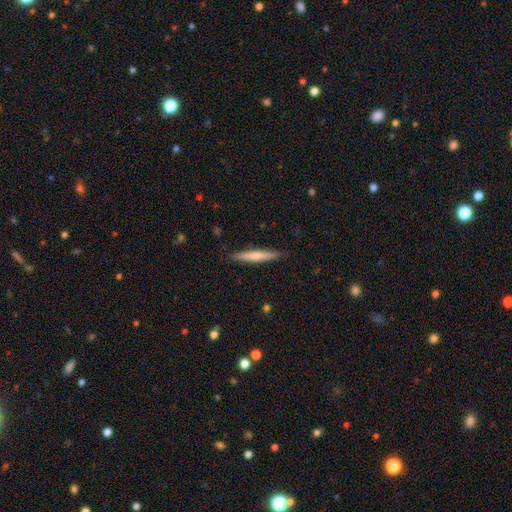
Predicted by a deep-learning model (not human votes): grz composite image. It shows a smooth galaxy with no disk features (64%) that is cigar-shaped (94%). Merging: none (88%).